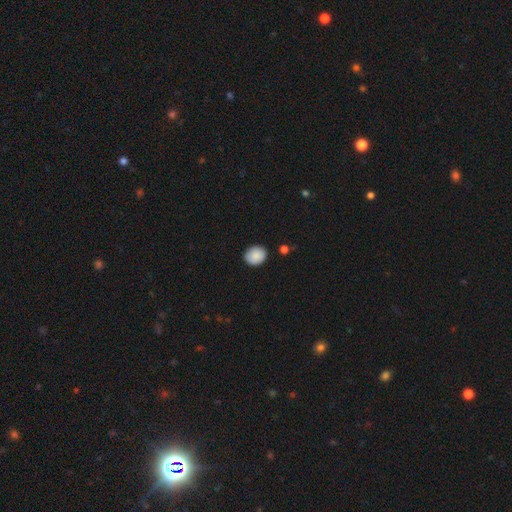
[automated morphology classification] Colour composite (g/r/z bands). It shows a smooth galaxy with no disk features (88%) that is round (68%). Merging: none (87%).